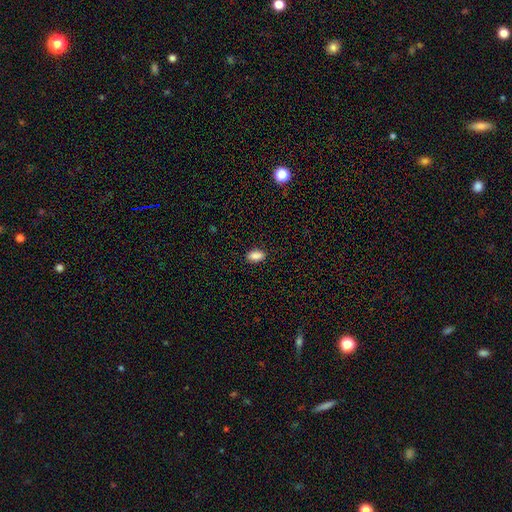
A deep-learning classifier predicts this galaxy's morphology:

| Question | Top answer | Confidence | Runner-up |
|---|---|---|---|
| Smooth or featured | smooth | 88% | star or artifact (9%) |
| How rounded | in between | 91% | round (7%) |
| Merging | none | 88% | minor disturbance (9%) |